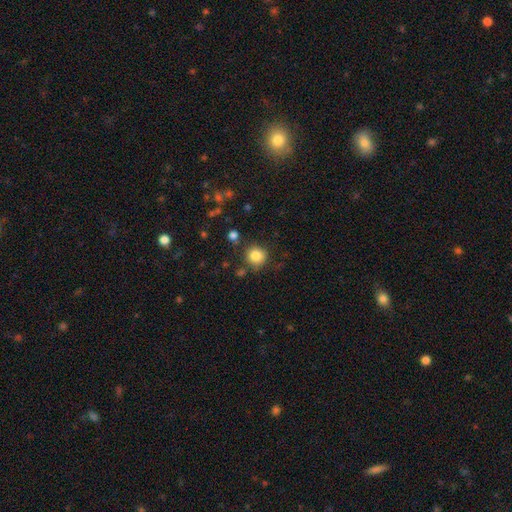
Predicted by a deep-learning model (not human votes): A smooth galaxy with no disk features (85%) that is round (91%).

Vote fractions:
- Smooth or featured? smooth: 85% / star or artifact: 10% / featured or disk: 5%
- How rounded? round: 91% / in between: 8% / cigar-shaped: 1%
- Merging? none: 80% / minor disturbance: 11% / merger: 5% / major disturbance: 4%